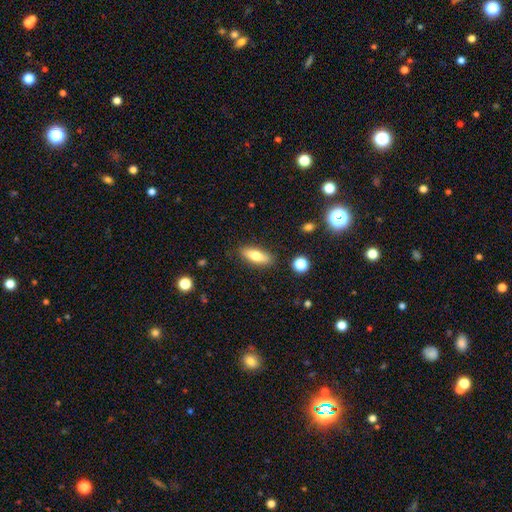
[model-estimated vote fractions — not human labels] Q: Smooth or featured?
A: smooth (75%); runner-up: featured or disk (18%)
Q: How rounded?
A: in between (66%); runner-up: cigar-shaped (31%)
Q: Merging?
A: none (85%); runner-up: minor disturbance (10%)